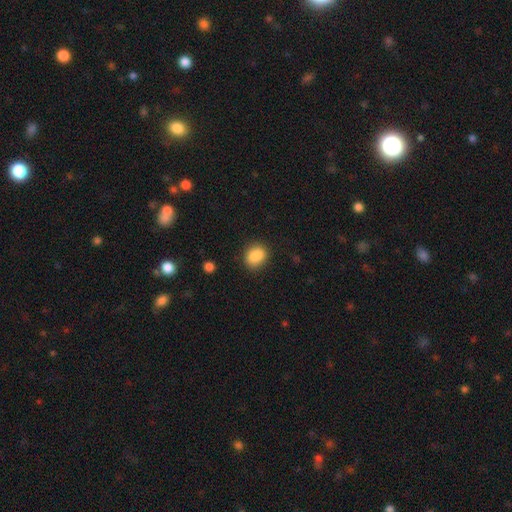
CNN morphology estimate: Q: Smooth or featured?
A: smooth (87%); runner-up: star or artifact (9%)
Q: How rounded?
A: in between (57%); runner-up: round (41%)
Q: Merging?
A: none (79%); runner-up: minor disturbance (14%)